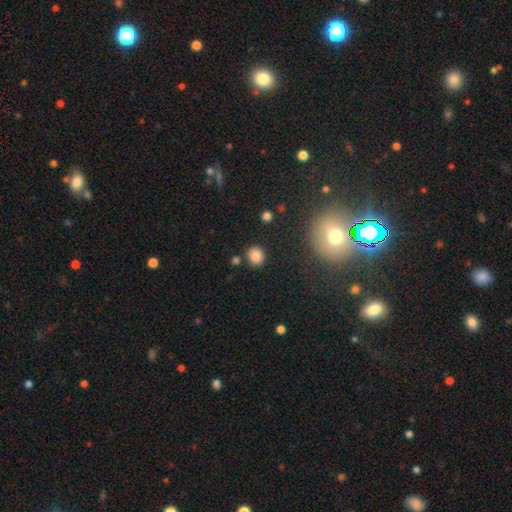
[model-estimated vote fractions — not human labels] Morphology: type=smooth (85%); roundness=round (71%); merging=none (84%).